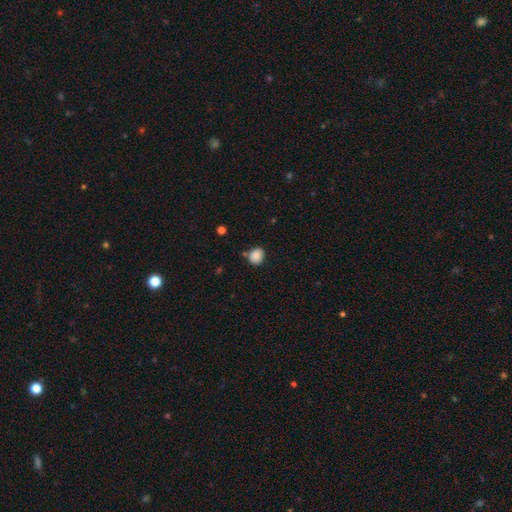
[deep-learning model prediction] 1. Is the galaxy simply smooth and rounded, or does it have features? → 87% smooth, 9% star or artifact, 4% featured or disk.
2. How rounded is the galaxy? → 58% round, 41% in between, 1% cigar-shaped.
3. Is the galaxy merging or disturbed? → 73% none, 17% minor disturbance, 6% merger, 4% major disturbance.